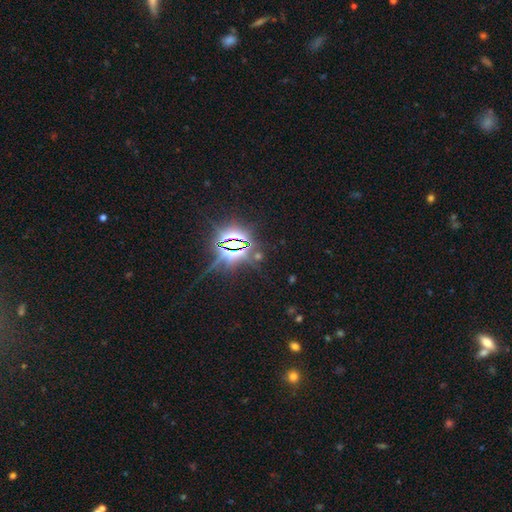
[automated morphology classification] type=star or artifact (84%).